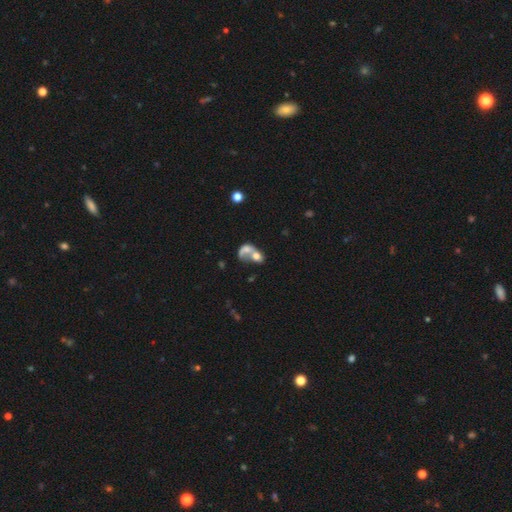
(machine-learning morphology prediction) smooth 51%, featured or disk 39%, star or artifact 10%. Down the decision tree: how rounded — in between (62%); merging — merger (72%).